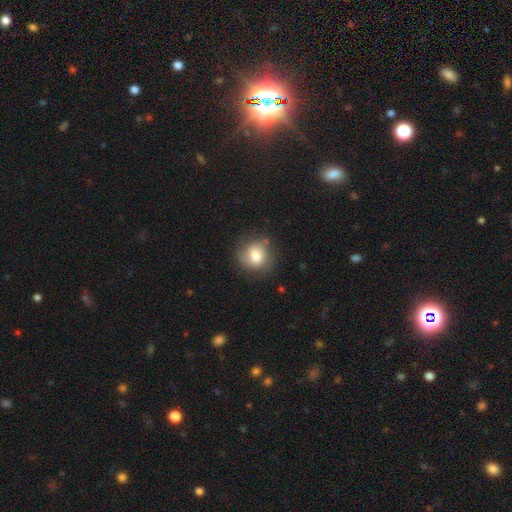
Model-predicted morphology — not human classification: type=smooth (75%); roundness=round (82%); merging=none (73%).